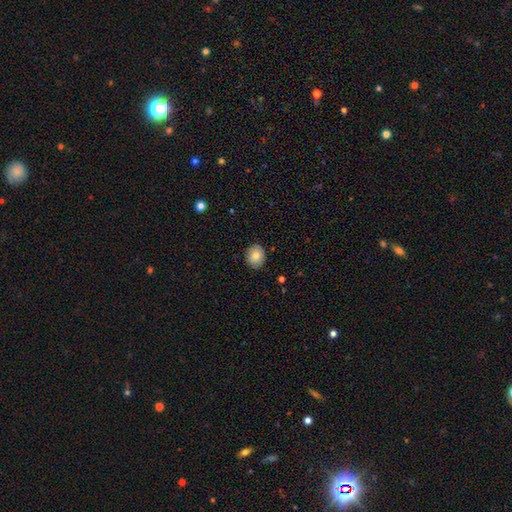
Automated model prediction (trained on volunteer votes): smooth_or_featured: smooth (p=0.81) [alt: featured or disk p=0.11]
how_rounded: round (p=0.73) [alt: in between p=0.26]
merging: none (p=0.87) [alt: minor disturbance p=0.10]